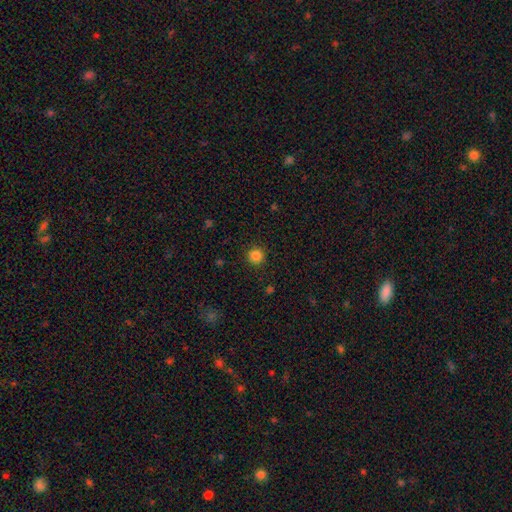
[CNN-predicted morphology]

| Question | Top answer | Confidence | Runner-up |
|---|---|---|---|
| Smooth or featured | smooth | 85% | star or artifact (12%) |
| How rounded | round | 95% | in between (4%) |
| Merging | none | 92% | minor disturbance (5%) |